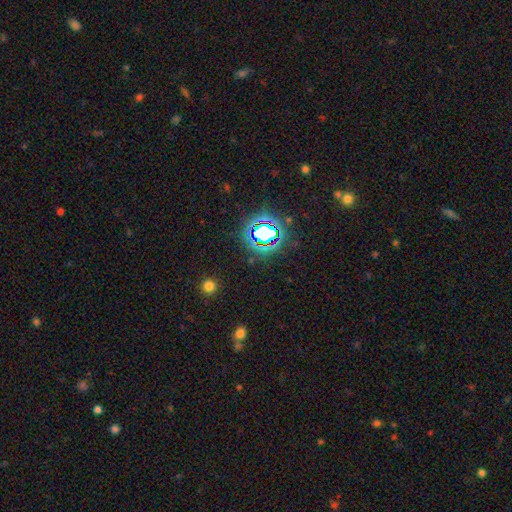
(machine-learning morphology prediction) A star or artifact, not a galaxy (76%).